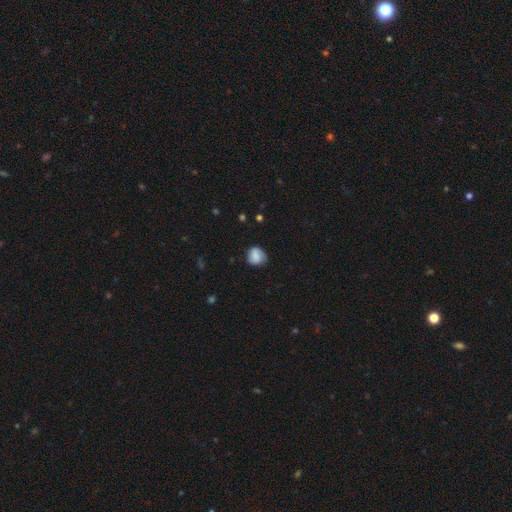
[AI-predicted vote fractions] Smooth or featured? Predicted: smooth (p=0.69). How rounded? Predicted: round (p=0.80). Merging? Predicted: none (p=0.73).